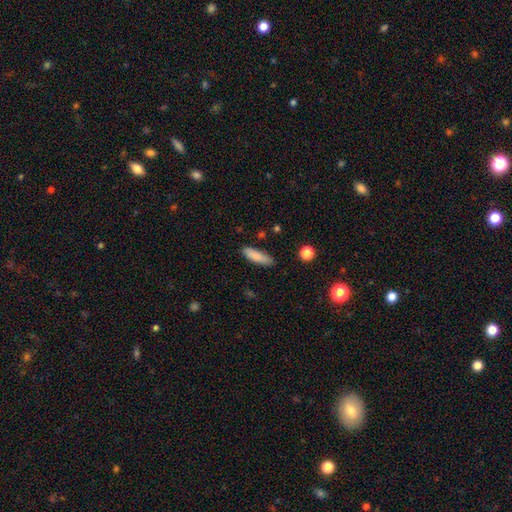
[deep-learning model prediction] Overall: smooth (85%). How rounded: cigar-shaped (58%; in between 41%). Merging: none (81%).